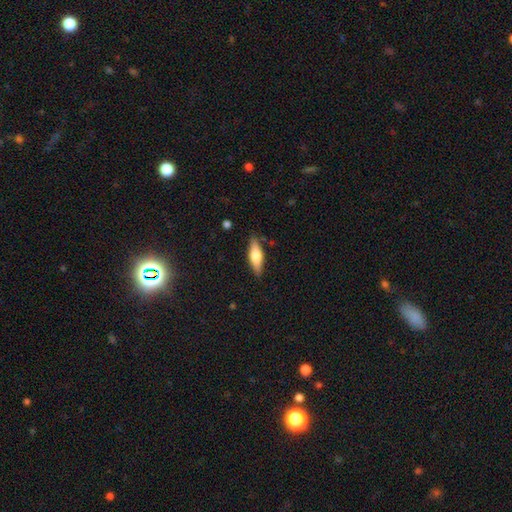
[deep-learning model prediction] smooth 58%, featured or disk 36%, star or artifact 6%. Down the decision tree: how rounded — in between (54%); merging — none (85%).